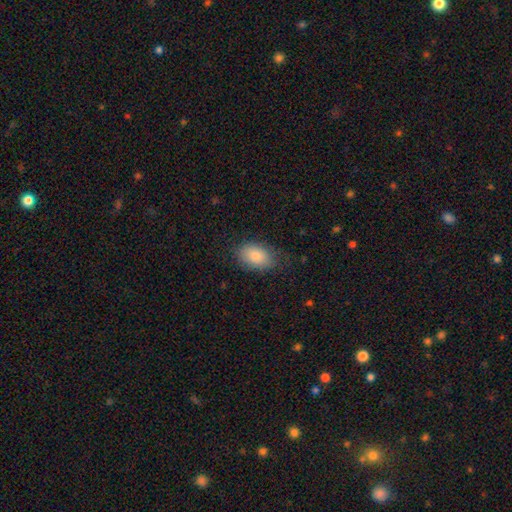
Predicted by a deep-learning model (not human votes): This appears to be a smooth galaxy with no disk features (82%) that is in between round and cigar-shaped (87%). Merging: none (75%).